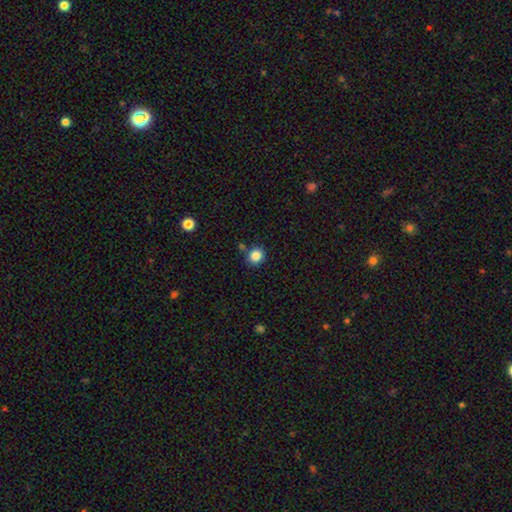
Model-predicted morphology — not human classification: The model was most divided on "how rounded": round: 83%, in between: 16%, cigar-shaped: 1%. More confident: smooth or featured — smooth (85%); merging — none (80%).